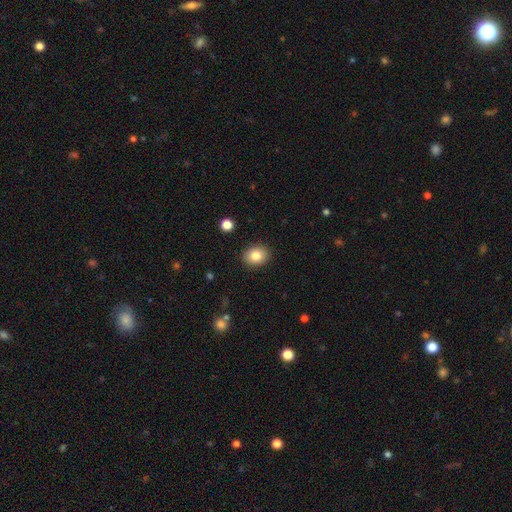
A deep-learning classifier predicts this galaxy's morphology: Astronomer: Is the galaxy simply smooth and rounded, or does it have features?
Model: smooth — 83%.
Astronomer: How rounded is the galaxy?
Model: round — 55% (runner-up: in between, 44%).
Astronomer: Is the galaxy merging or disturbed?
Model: none — 90%.